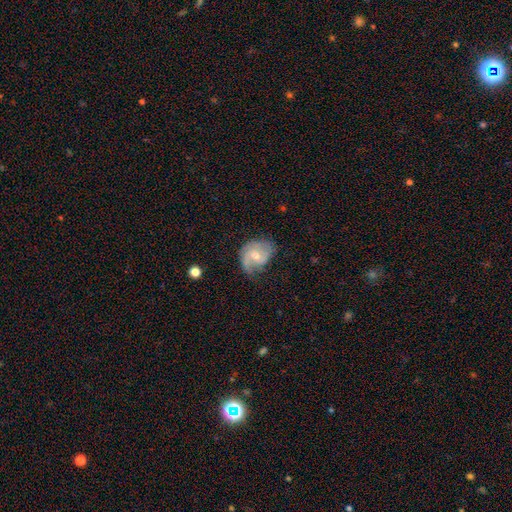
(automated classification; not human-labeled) Smooth or featured? Predicted: featured or disk (p=0.66). Edge-on disk? Predicted: no (p=0.97). Bar? Predicted: no (p=0.51). Spiral arms? Predicted: yes (p=0.88). Spiral winding? Predicted: medium (p=0.43). Spiral arm count? Predicted: 2 (p=0.60). Bulge size? Predicted: moderate (p=0.61). Merging? Predicted: none (p=0.53).